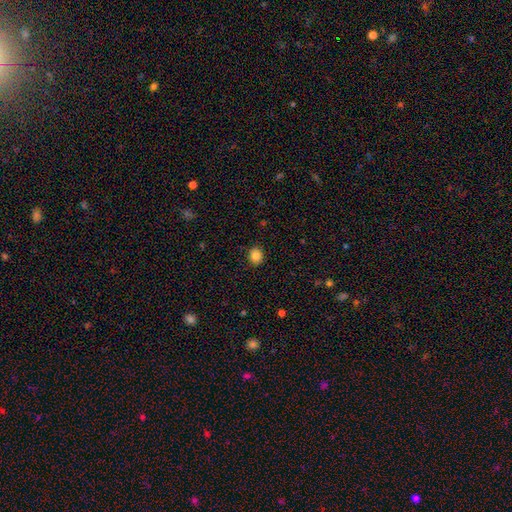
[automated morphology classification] A smooth galaxy with no disk features (85%) that is round (74%). Merging: none (90%).